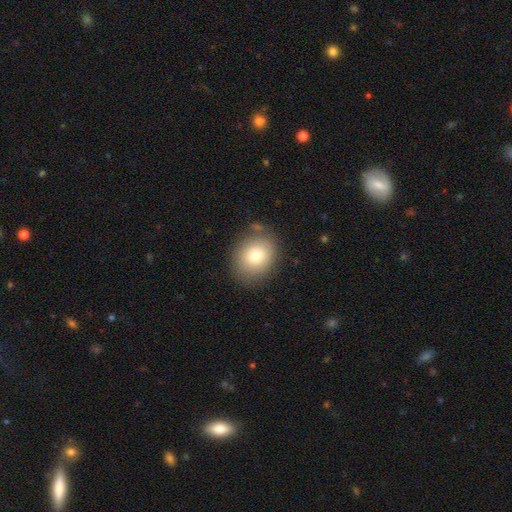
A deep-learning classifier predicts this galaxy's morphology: smooth 79%, featured or disk 12%, star or artifact 9%. Down the decision tree: how rounded — round (56%); merging — none (80%).